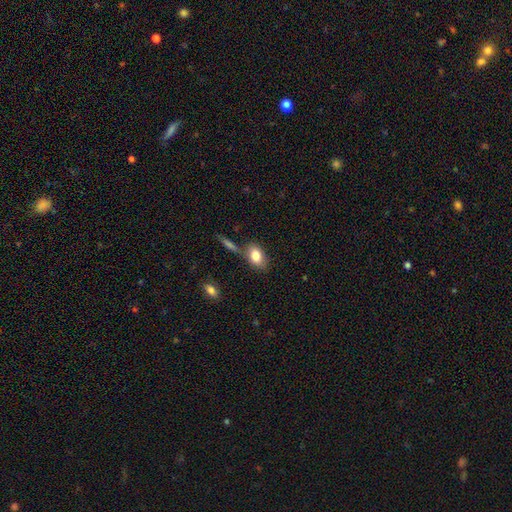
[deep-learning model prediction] Morphology: type=smooth (82%); roundness=in between (86%); merging=none (68%).